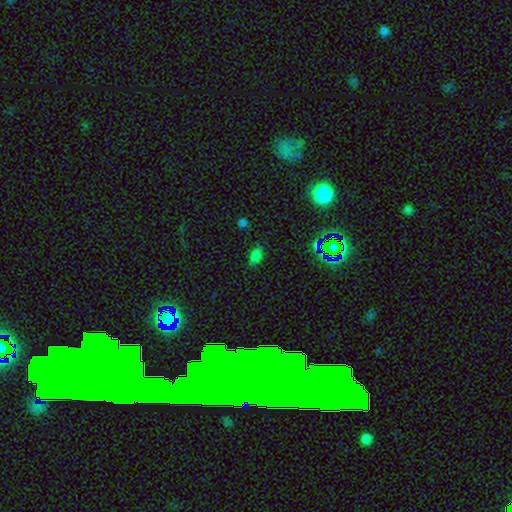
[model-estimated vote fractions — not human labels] Smooth or featured? smooth (73%)
How rounded? in between (89%)
Merging? none (79%)